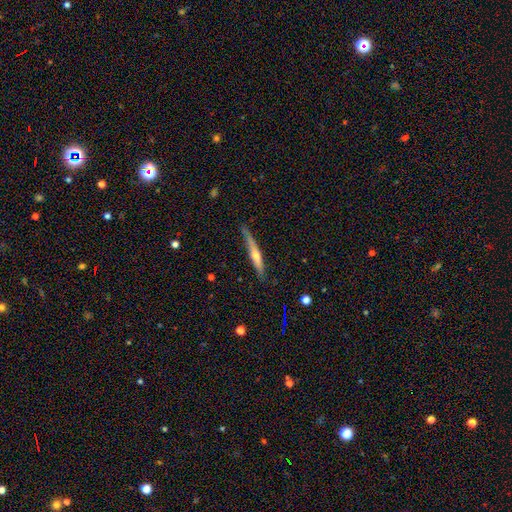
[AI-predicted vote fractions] Smooth or featured: featured or disk — 56% (smooth — 38%)
Edge-on disk: yes — 94% (no — 6%)
Edge-on bulge: rounded — 79% (none — 17%)
Merging: none — 74% (minor disturbance — 20%)